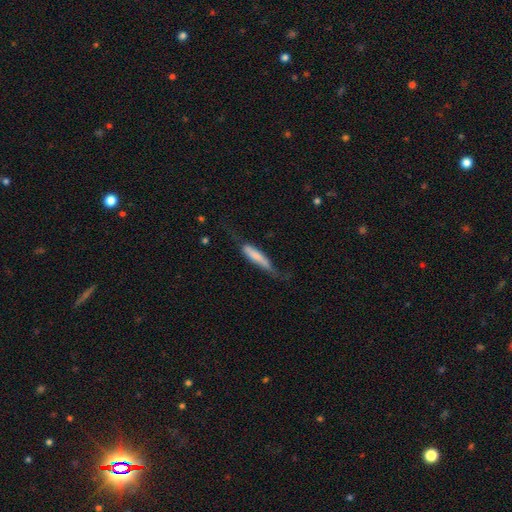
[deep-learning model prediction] A smooth galaxy with no disk features (66%) that is cigar-shaped (80%).

Vote fractions:
- Smooth or featured? smooth: 66% / featured or disk: 28% / star or artifact: 6%
- How rounded? cigar-shaped: 80% / in between: 19% / round: 2%
- Merging? none: 36% / minor disturbance: 34% / major disturbance: 27% / merger: 3%